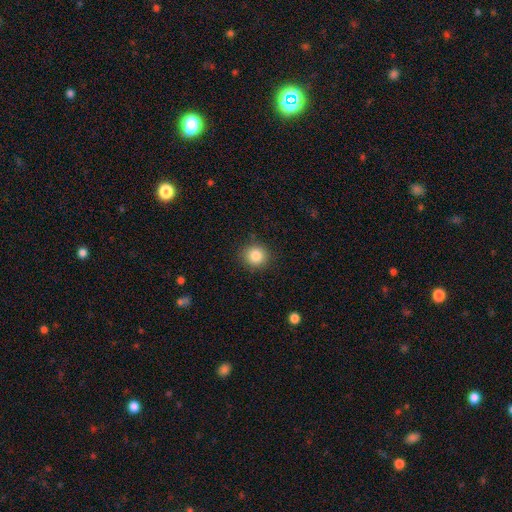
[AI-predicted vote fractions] The model was most divided on "smooth or featured": smooth: 84%, star or artifact: 10%, featured or disk: 5%. More confident: how rounded — round (90%); merging — none (90%).